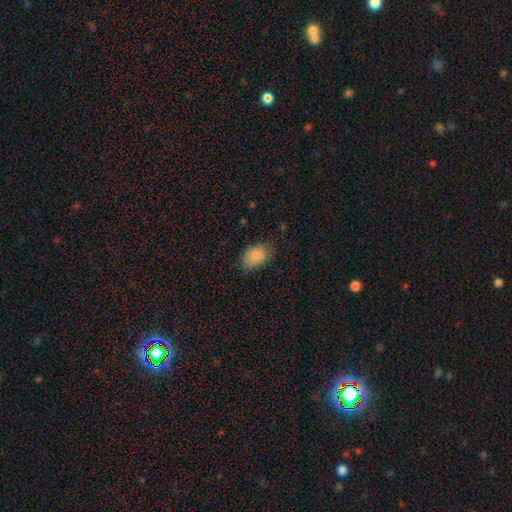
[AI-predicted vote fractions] This is clearly a smooth galaxy (86%). How rounded: clearly in between (80%). Merging: likely none (74%).